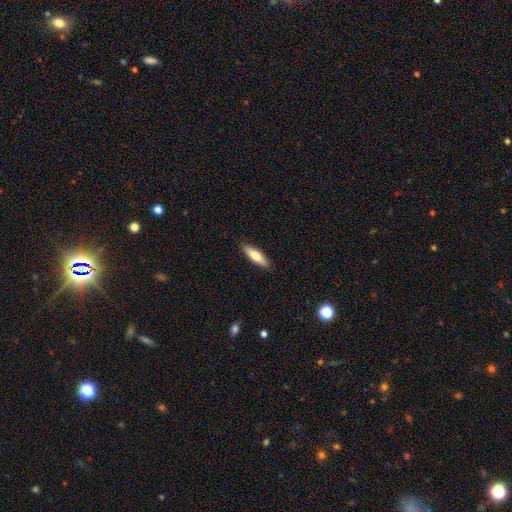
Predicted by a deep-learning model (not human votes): Overall: smooth (67%). How rounded: cigar-shaped (61%; in between 38%). Merging: none (89%).